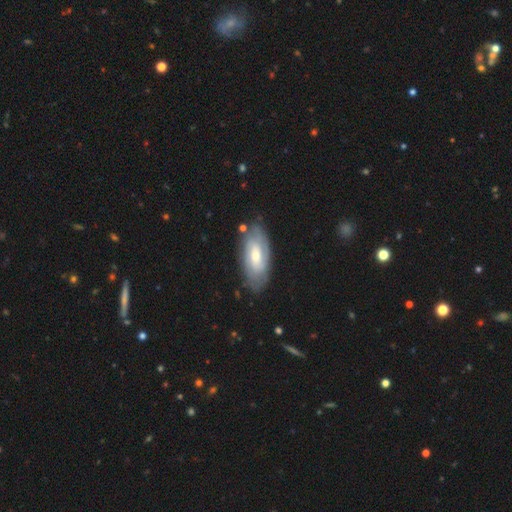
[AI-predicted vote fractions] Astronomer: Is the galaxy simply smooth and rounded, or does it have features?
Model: featured or disk — 63%.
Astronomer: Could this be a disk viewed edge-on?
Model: no — 89%.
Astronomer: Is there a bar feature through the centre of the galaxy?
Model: no — 48% (runner-up: weak, 41%).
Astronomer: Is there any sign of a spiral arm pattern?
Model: yes — 79%.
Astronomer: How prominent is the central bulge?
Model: moderate — 54% (runner-up: small, 38%).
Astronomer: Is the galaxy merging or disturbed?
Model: none — 76%.